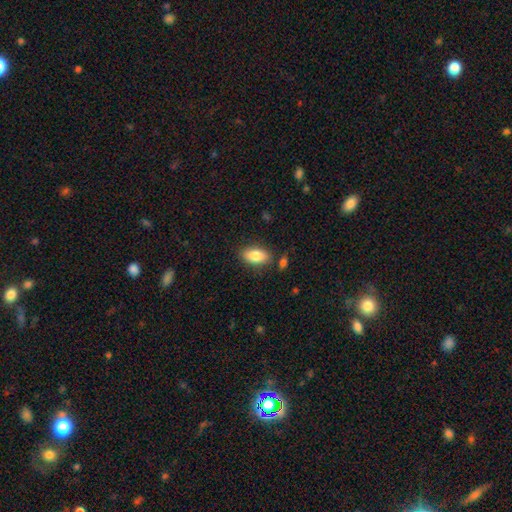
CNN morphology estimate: Overall: smooth (84%). How rounded: in between (91%). Merging: none (82%).